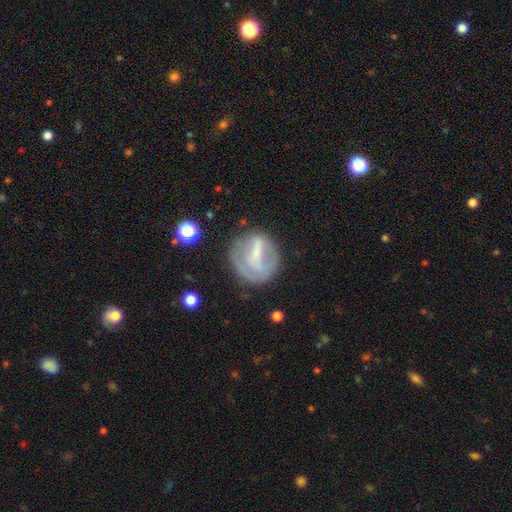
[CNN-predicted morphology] A featured or disk galaxy (53%) with a strong bar (43%), no spiral arms (57%) and no central bulge (41%).

Vote fractions:
- Smooth or featured? featured or disk: 53% / smooth: 38% / star or artifact: 9%
- Edge-on disk? no: 95% / yes: 5%
- Bar? strong: 43% / weak: 34% / no: 23%
- Spiral arms? no: 57% / yes: 43%
- Bulge size? none: 41% / small: 34% / moderate: 20% / large: 4% / dominant: 2%
- Merging? none: 62% / minor disturbance: 21% / major disturbance: 14% / merger: 3%